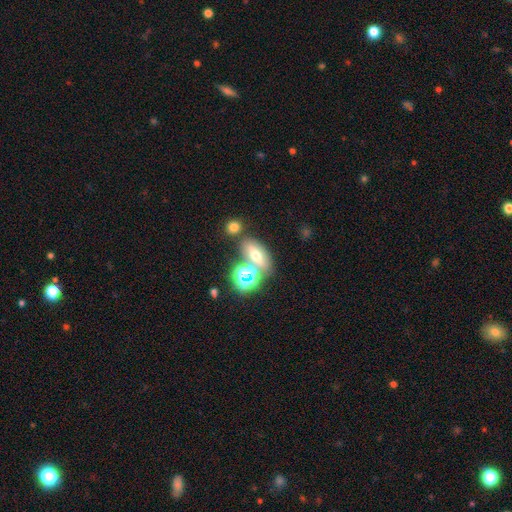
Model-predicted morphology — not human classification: smooth-or-featured: smooth: 57% | star or artifact: 22% | featured or disk: 21%
  how-rounded: in between: 70% | round: 22% | cigar-shaped: 8%
  merging: none: 60% | merger: 23% | minor disturbance: 12% | major disturbance: 5%